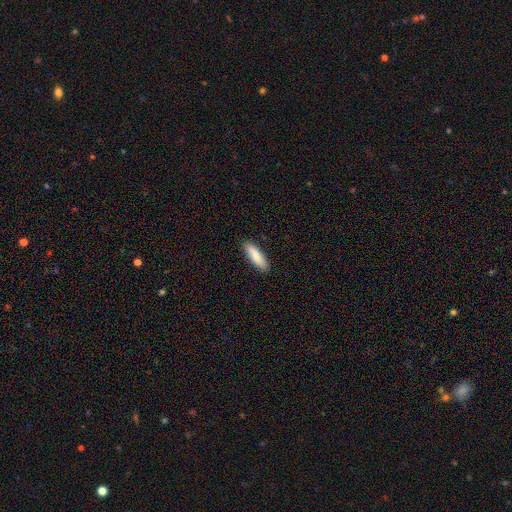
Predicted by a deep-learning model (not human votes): Overall: smooth (86%). How rounded: cigar-shaped (59%; in between 40%). Merging: none (90%).